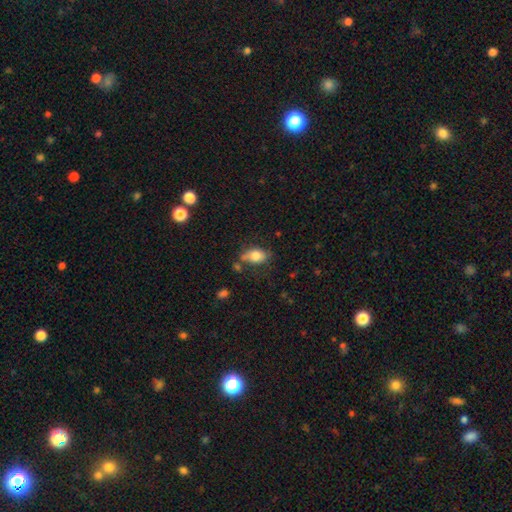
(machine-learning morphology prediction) Smooth or featured? smooth (76%)
How rounded? in between (83%)
Merging? none (59%)